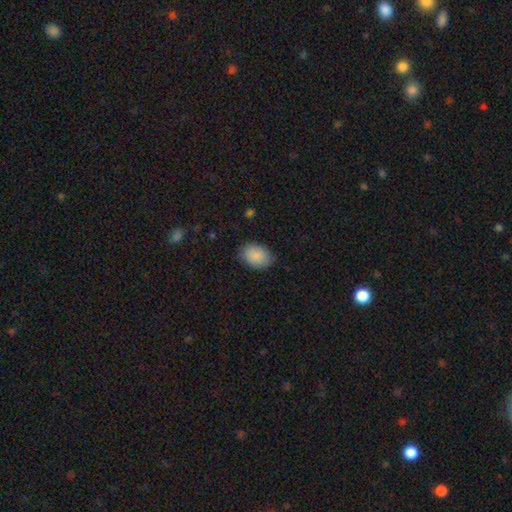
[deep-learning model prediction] smooth_or_featured: smooth (p=0.88) [alt: star or artifact p=0.07]
how_rounded: in between (p=0.81) [alt: round p=0.18]
merging: none (p=0.82) [alt: minor disturbance p=0.15]